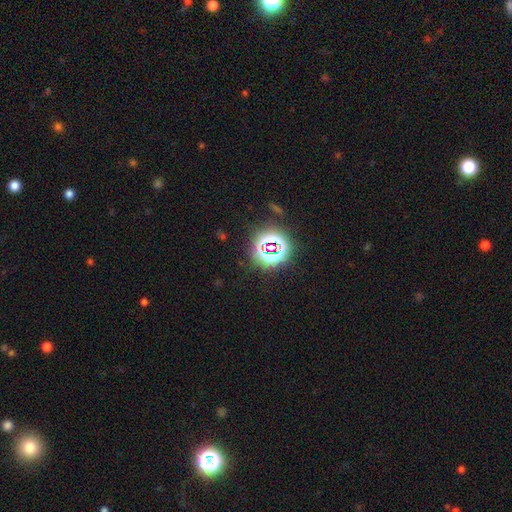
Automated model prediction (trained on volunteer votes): Smooth or featured?
  - star or artifact: 78% *
  - smooth: 14%
  - featured or disk: 8%